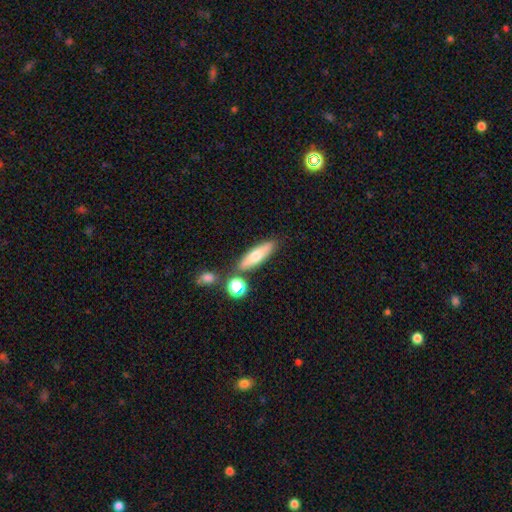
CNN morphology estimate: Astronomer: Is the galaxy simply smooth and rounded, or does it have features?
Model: smooth — 63%.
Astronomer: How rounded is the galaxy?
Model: cigar-shaped — 57% (runner-up: in between, 39%).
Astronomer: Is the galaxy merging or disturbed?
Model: none — 78%.